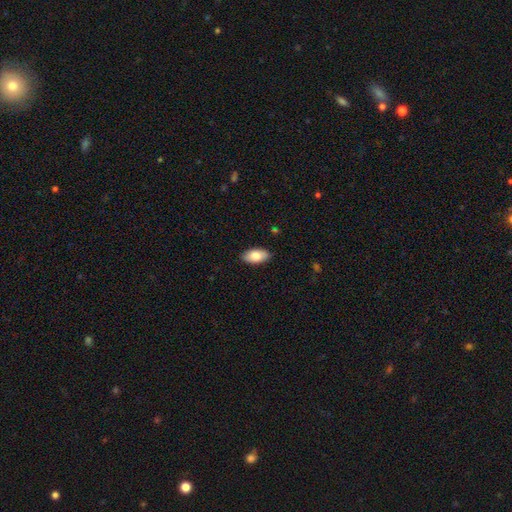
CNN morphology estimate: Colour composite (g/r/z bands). It shows a smooth galaxy with no disk features (82%) that is in between round and cigar-shaped (94%). Merging: none (89%).